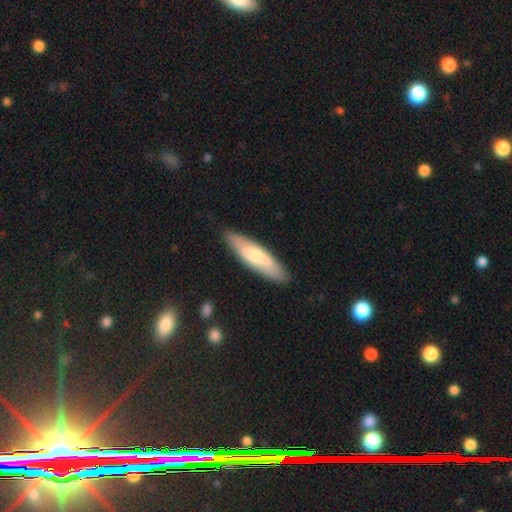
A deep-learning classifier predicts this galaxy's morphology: Q: Smooth or featured?
A: smooth (64%); runner-up: featured or disk (30%)
Q: How rounded?
A: cigar-shaped (68%); runner-up: in between (30%)
Q: Merging?
A: none (87%); runner-up: minor disturbance (10%)